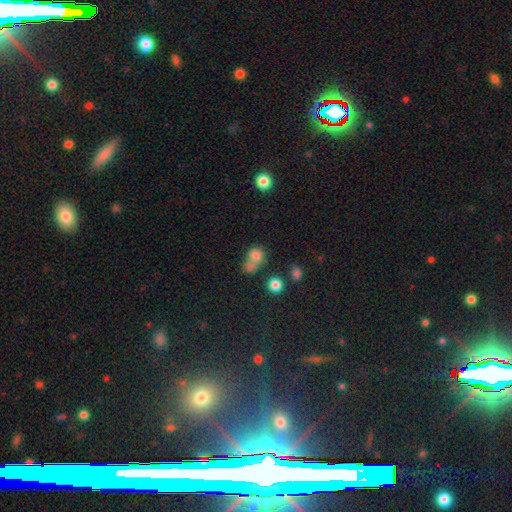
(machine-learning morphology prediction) Smooth or featured: smooth — 75% (star or artifact — 13%)
How rounded: round — 54% (in between — 44%)
Merging: merger — 48% (none — 28%)